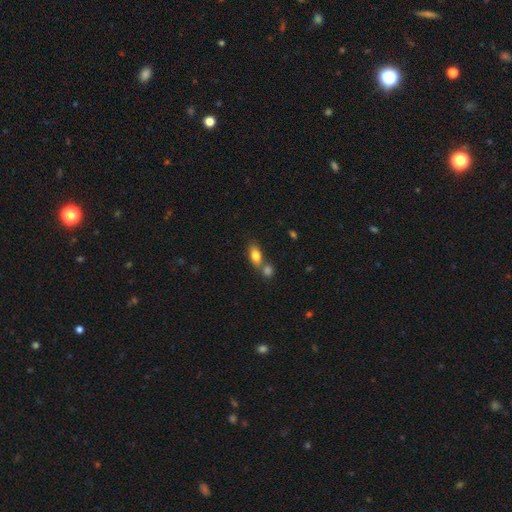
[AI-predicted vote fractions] A smooth galaxy with no disk features (80%) that is in between round and cigar-shaped (83%). Merging: none (48%).